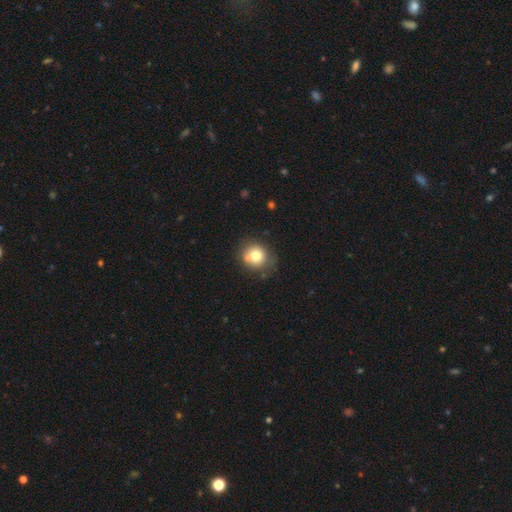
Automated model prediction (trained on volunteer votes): Overall: smooth (74%). How rounded: round (85%). Merging: none (69%).